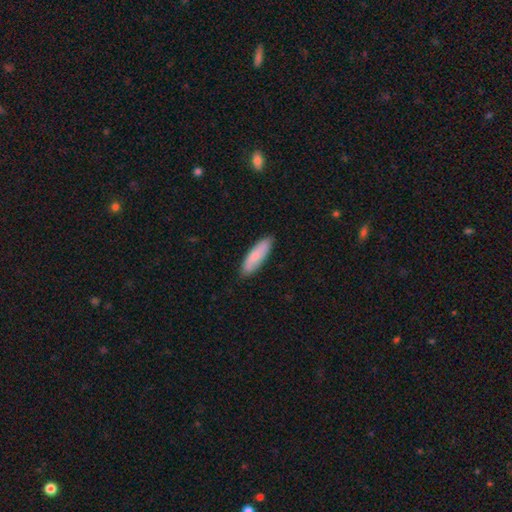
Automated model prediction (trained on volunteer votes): This is likely a smooth galaxy (79%). How rounded: possibly cigar-shaped (54%). Merging: clearly none (86%).